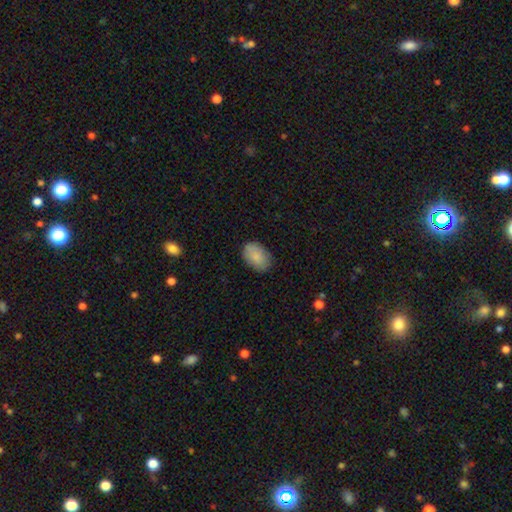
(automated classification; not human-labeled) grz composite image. It shows a smooth galaxy with no disk features (86%) that is in between round and cigar-shaped (88%). Merging: none (82%).